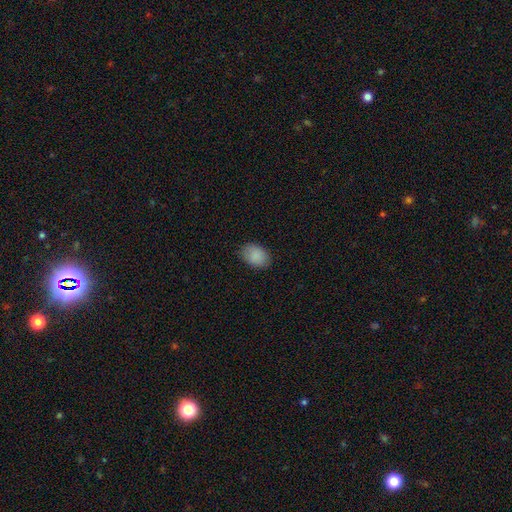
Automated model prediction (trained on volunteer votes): This appears to be a smooth galaxy with no disk features (90%) that is in between round and cigar-shaped (82%). Merging: none (86%).